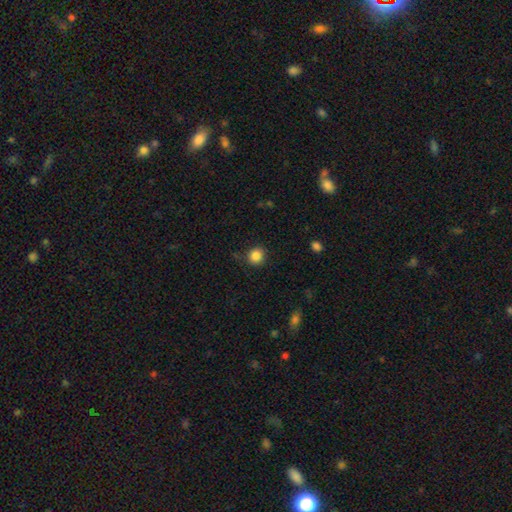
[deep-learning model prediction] Smooth or featured? Predicted: smooth (p=0.85). How rounded? Predicted: round (p=0.90). Merging? Predicted: none (p=0.85).